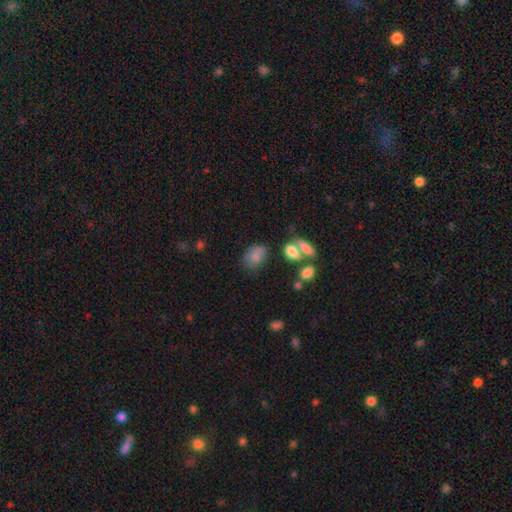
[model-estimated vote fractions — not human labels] Q: Smooth or featured?
A: smooth (76%); runner-up: featured or disk (13%)
Q: How rounded?
A: in between (77%); runner-up: round (21%)
Q: Merging?
A: none (50%); runner-up: minor disturbance (22%)